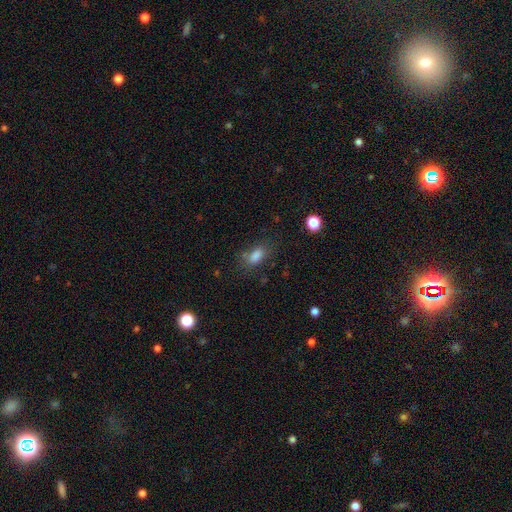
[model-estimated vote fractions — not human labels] smooth 81%, star or artifact 11%, featured or disk 8%. Down the decision tree: how rounded — in between (83%); merging — none (69%).